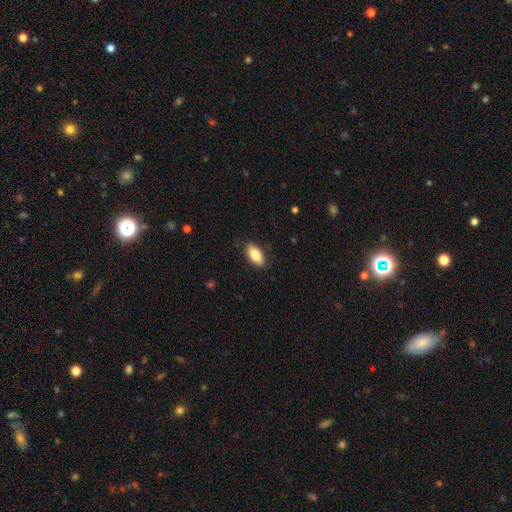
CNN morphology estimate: This is clearly a smooth galaxy (84%). How rounded: clearly in between (87%). Merging: clearly none (87%).